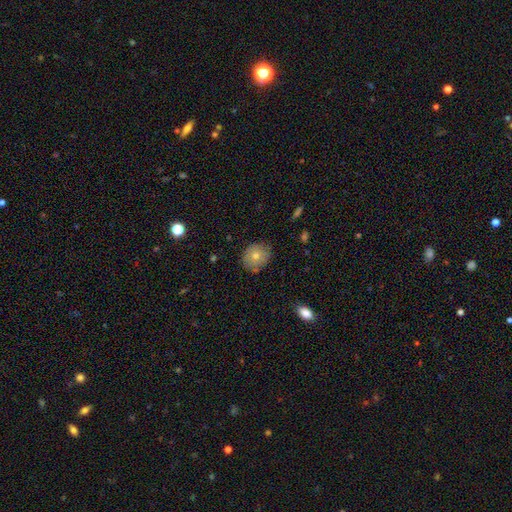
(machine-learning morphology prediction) A smooth galaxy with no disk features (63%) that is round (74%). Merging: none (81%).